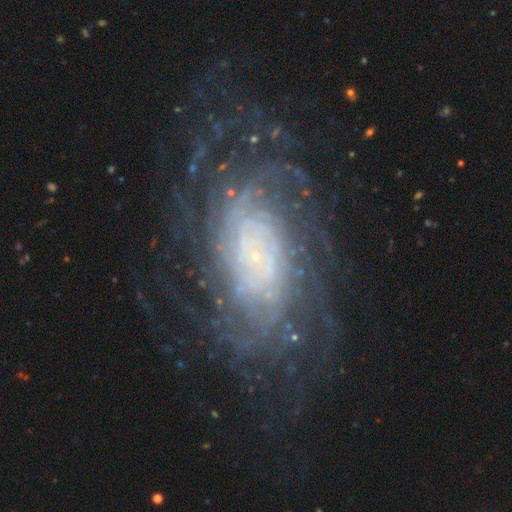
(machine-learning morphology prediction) smooth-or-featured: featured or disk: 83% | smooth: 8% | star or artifact: 8%
  disk-edge-on: no: 94% | yes: 6%
    bar: no: 71% | weak: 21% | strong: 8%
    has-spiral-arms: yes: 95% | no: 5%
      spiral-winding: tight: 70% | medium: 21% | loose: 8%
      spiral-arm-count: can't tell: 37% | more than 4: 24% | 4: 13% | 2: 10% | 3: 9% | 1: 7%
    bulge-size: small: 73% | moderate: 10% | none: 9% | large: 6% | dominant: 2%
  merging: none: 74% | minor disturbance: 14% | major disturbance: 10% | merger: 2%